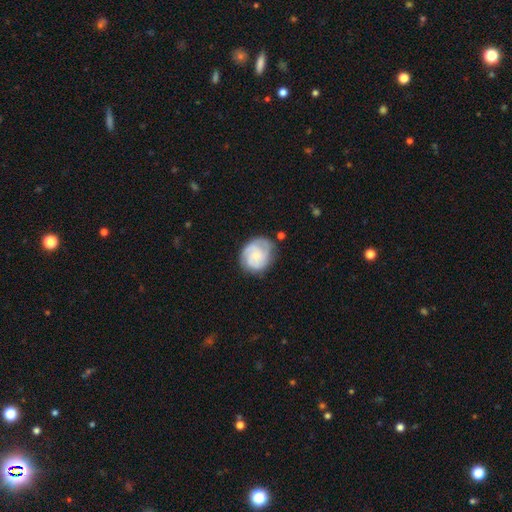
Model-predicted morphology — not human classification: A featured or disk galaxy (72%) with no bar (72%), 3 (40%) tight (58%) spiral arms (94%) and a small central bulge (67%). Merging: none (69%).